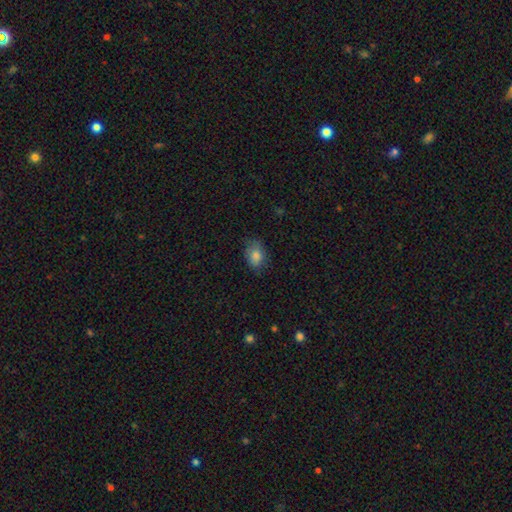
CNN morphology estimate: This is clearly a smooth galaxy (81%). How rounded: likely in between (72%). Merging: likely none (71%).